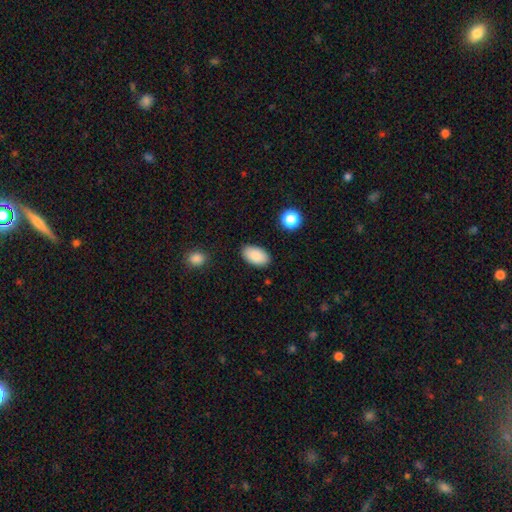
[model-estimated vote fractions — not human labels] This appears to be a smooth galaxy with no disk features (87%) that is in between round and cigar-shaped (94%). Merging: none (86%).